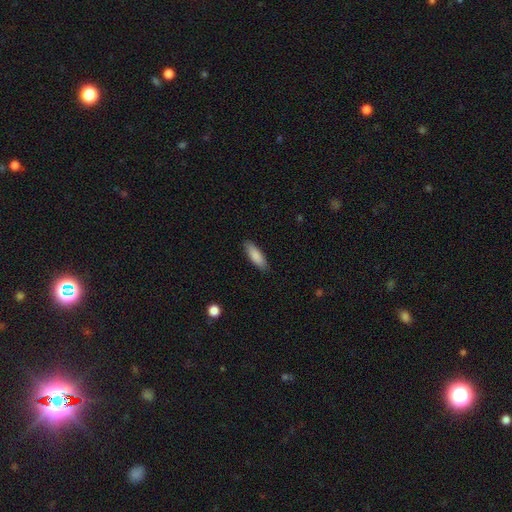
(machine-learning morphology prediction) A smooth galaxy with no disk features (86%) that is in between round and cigar-shaped (52%). Merging: none (88%).